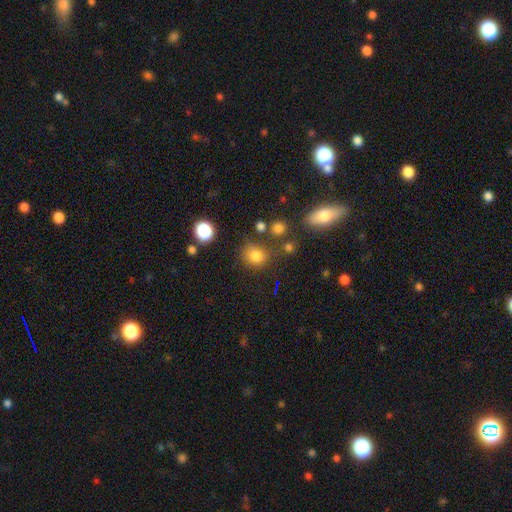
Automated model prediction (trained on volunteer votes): This is likely a smooth galaxy (78%). How rounded: likely round (75%). Merging: likely none (71%).